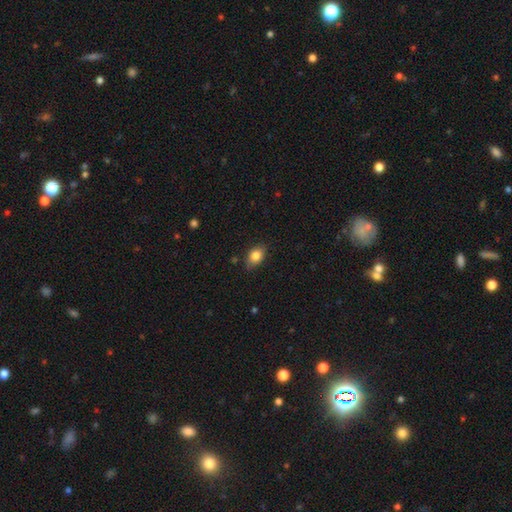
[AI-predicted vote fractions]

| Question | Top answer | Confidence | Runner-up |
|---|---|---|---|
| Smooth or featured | smooth | 82% | featured or disk (10%) |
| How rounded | in between | 81% | round (17%) |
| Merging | none | 81% | minor disturbance (15%) |